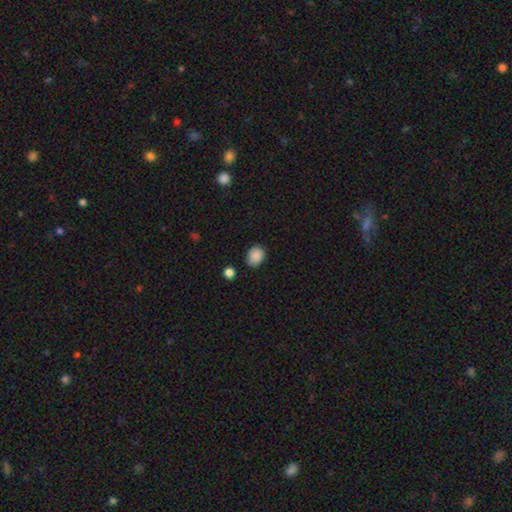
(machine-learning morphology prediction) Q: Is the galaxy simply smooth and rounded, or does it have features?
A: smooth — 88%.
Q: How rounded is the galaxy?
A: in between — 55%.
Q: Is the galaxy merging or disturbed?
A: none — 82%.